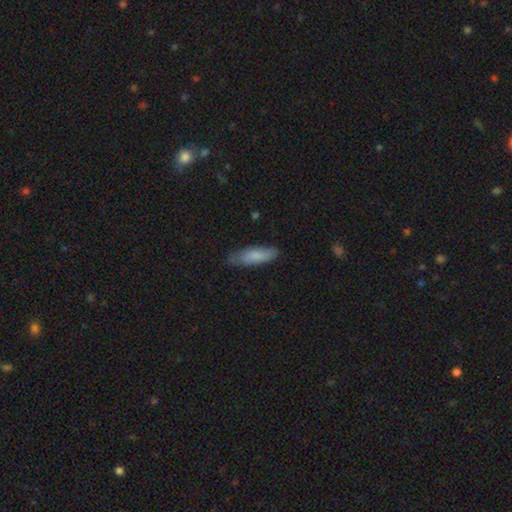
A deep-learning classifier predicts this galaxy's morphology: This is likely a smooth galaxy (80%). How rounded: possibly cigar-shaped (51%). Merging: likely none (75%).